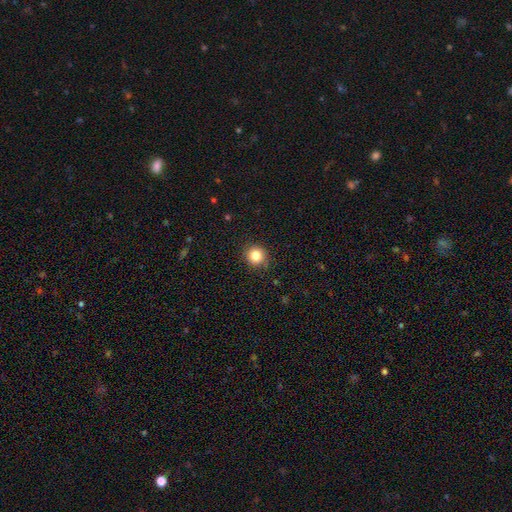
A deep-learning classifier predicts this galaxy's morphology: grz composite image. It shows a smooth galaxy with no disk features (83%) that is round (93%). Merging: none (89%).